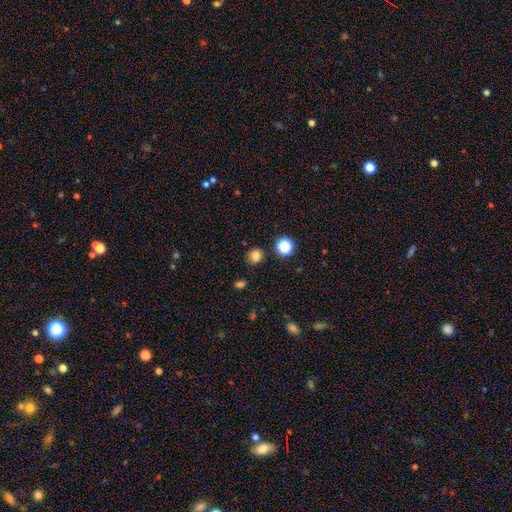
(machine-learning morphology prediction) This appears to be a smooth galaxy with no disk features (81%) that is round (80%). Merging: none (86%).